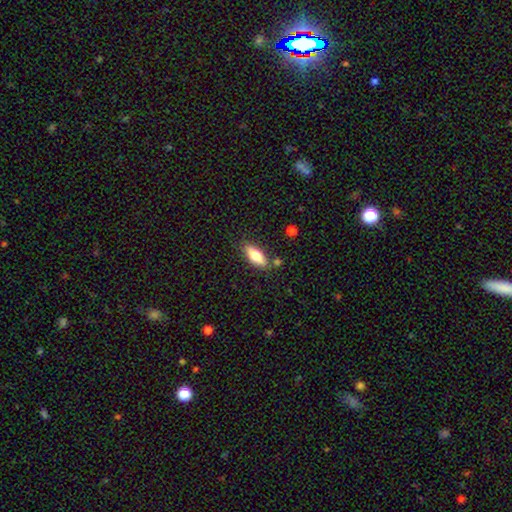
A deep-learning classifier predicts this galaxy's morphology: Smooth or featured? Predicted: smooth (p=0.70). How rounded? Predicted: in between (p=0.69). Merging? Predicted: none (p=0.79).